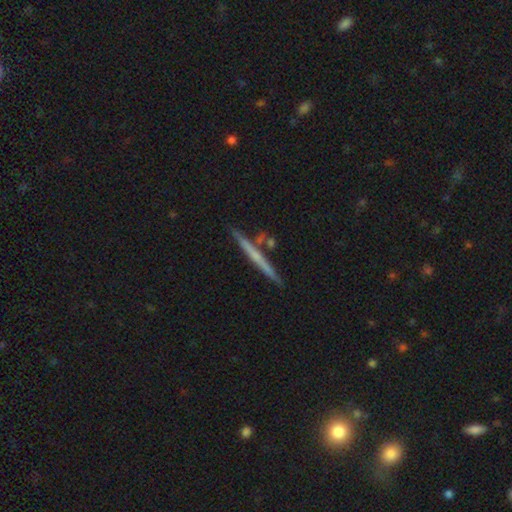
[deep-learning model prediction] This is possibly a featured or disk galaxy (56%). It is clearly viewed edge-on (97%). Edge-on bulge: likely none (71%). Merging: clearly none (84%).